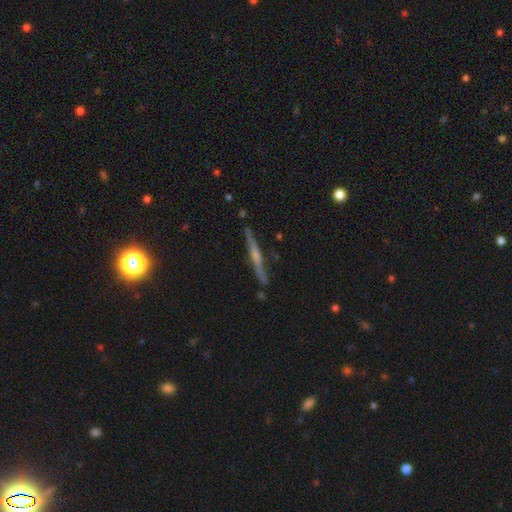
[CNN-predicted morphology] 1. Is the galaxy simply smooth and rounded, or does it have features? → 69% featured or disk, 23% smooth, 8% star or artifact.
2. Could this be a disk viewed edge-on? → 96% yes, 4% no.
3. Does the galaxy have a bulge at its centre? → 52% rounded, 35% none, 14% boxy.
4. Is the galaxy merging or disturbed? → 86% none, 10% minor disturbance, 2% major disturbance, 2% merger.